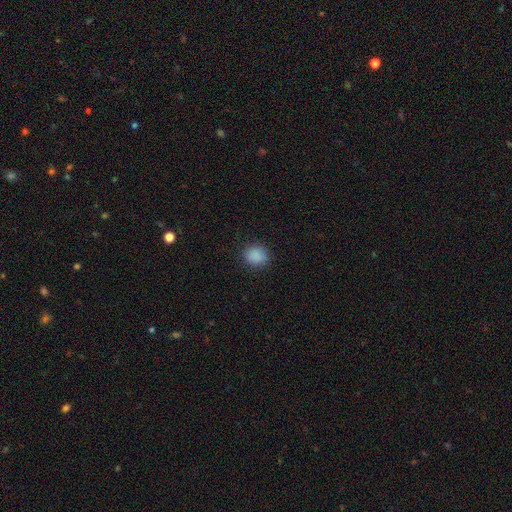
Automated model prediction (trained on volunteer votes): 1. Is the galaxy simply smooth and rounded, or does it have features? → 88% smooth, 9% star or artifact, 3% featured or disk.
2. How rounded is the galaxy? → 71% round, 28% in between, 1% cigar-shaped.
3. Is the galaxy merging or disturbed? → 87% none, 9% minor disturbance, 3% major disturbance, 1% merger.